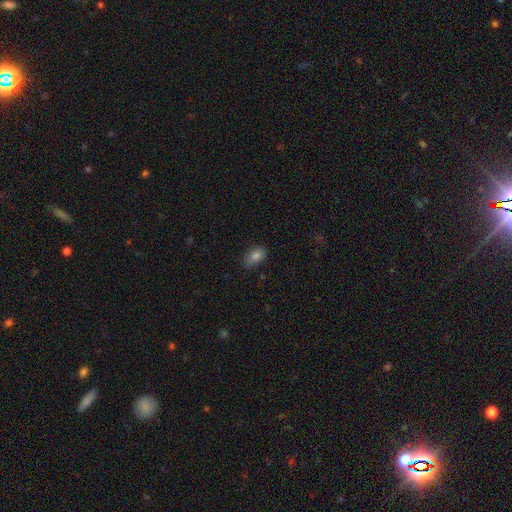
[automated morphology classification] smooth-or-featured: smooth: 82% | star or artifact: 10% | featured or disk: 8%
  how-rounded: in between: 88% | round: 11% | cigar-shaped: 2%
  merging: none: 78% | minor disturbance: 18% | major disturbance: 3% | merger: 1%